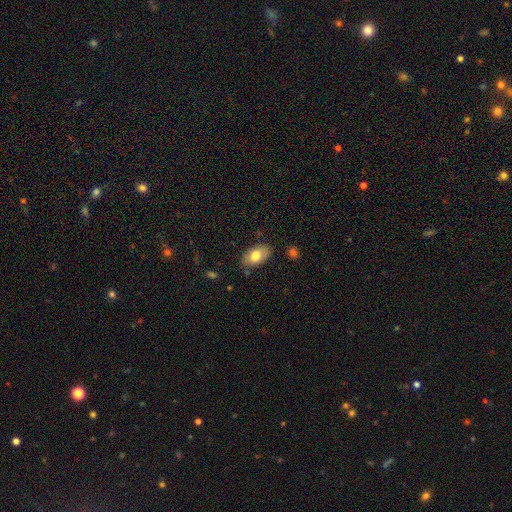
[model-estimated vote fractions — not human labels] Overall: smooth (76%). How rounded: in between (93%). Merging: none (83%).